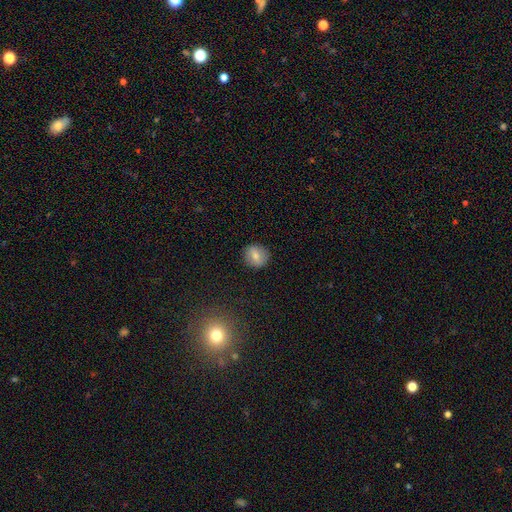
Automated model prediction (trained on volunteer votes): Overall: smooth (70%). How rounded: round (83%). Merging: none (89%).